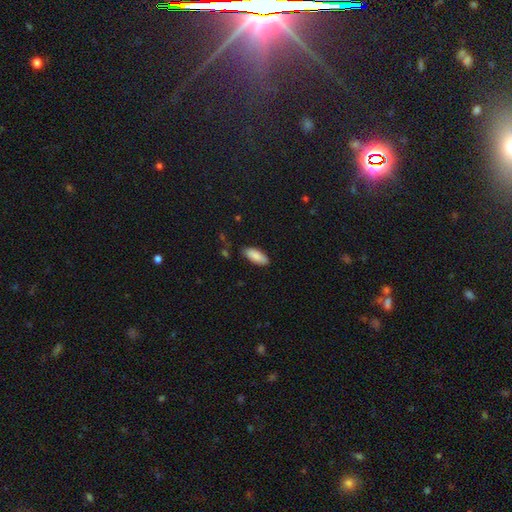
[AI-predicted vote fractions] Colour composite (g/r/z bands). It shows a smooth galaxy with no disk features (87%) that is in between round and cigar-shaped (80%). Merging: none (84%).